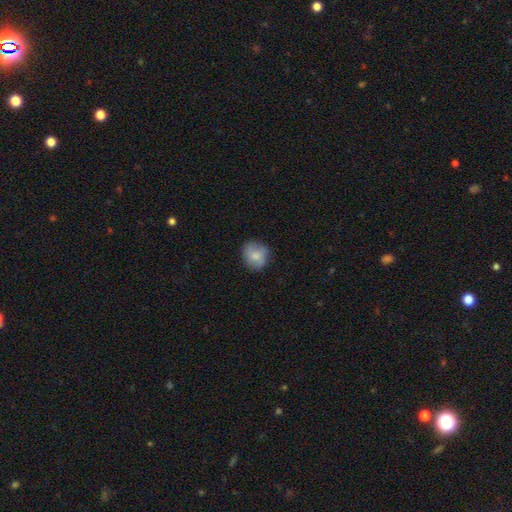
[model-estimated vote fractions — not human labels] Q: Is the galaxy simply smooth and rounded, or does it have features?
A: smooth — 79%.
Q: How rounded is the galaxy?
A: round — 74%.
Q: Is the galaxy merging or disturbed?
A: none — 75%.